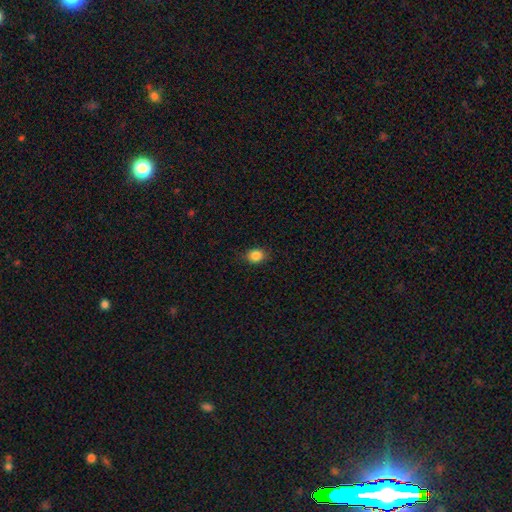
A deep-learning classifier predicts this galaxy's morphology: Smooth or featured? smooth (86%)
How rounded? round (57%)
Merging? none (85%)